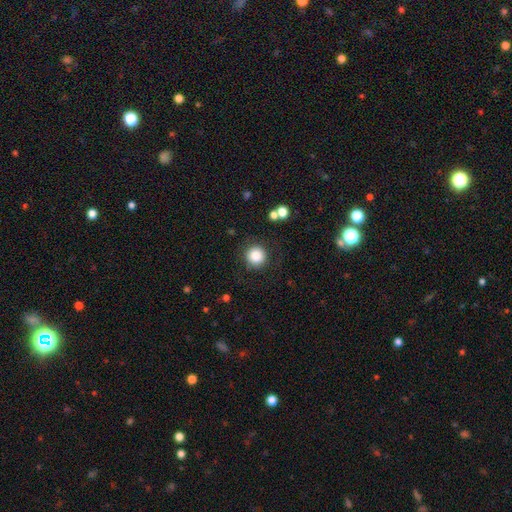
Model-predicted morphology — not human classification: Smooth or featured? Predicted: smooth (p=0.84). How rounded? Predicted: round (p=0.95). Merging? Predicted: none (p=0.85).